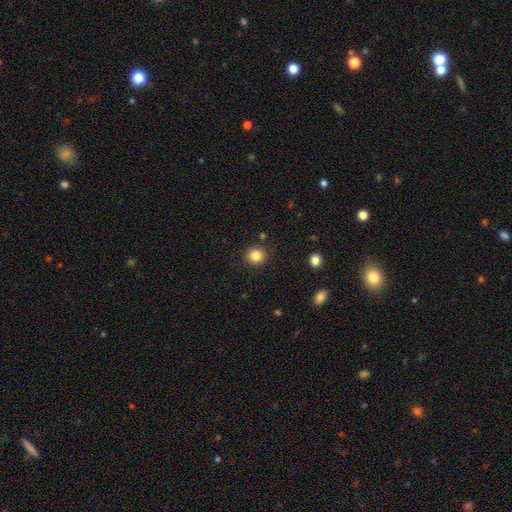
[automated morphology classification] Overall: smooth (84%). How rounded: round (87%). Merging: none (89%).